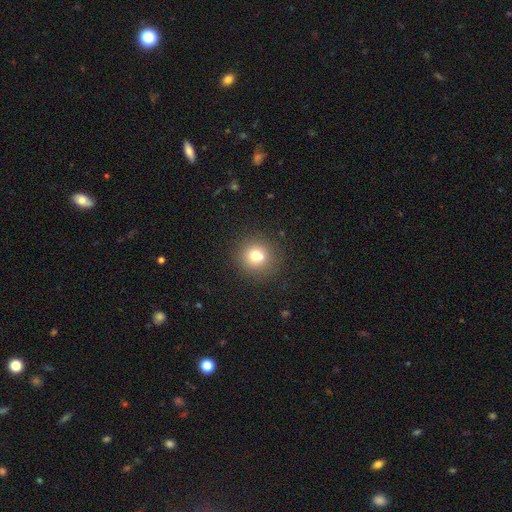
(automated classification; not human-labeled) This is likely a smooth galaxy (72%). How rounded: clearly round (88%). Merging: likely none (67%).